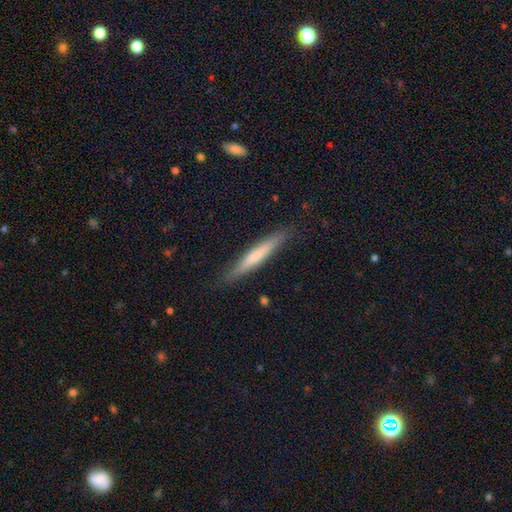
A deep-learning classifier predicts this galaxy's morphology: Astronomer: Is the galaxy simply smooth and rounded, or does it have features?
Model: smooth — 60%.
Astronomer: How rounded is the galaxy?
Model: cigar-shaped — 95%.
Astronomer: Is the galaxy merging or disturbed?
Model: none — 87%.